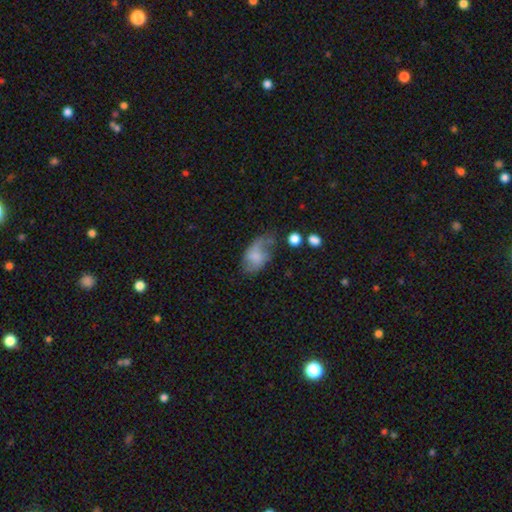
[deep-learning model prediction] smooth-or-featured: smooth: 53% | featured or disk: 38% | star or artifact: 9%
  how-rounded: in between: 87% | round: 11% | cigar-shaped: 2%
  merging: none: 35% | minor disturbance: 31% | major disturbance: 28% | merger: 6%